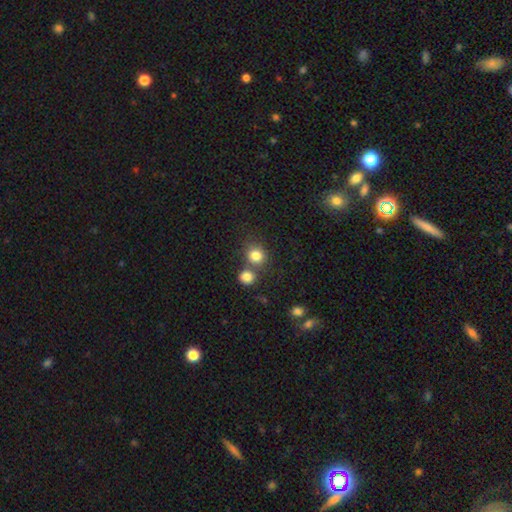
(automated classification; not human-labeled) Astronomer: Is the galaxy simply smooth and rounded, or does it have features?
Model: smooth — 82%.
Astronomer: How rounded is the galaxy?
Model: round — 82%.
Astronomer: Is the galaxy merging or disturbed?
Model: none — 59%.